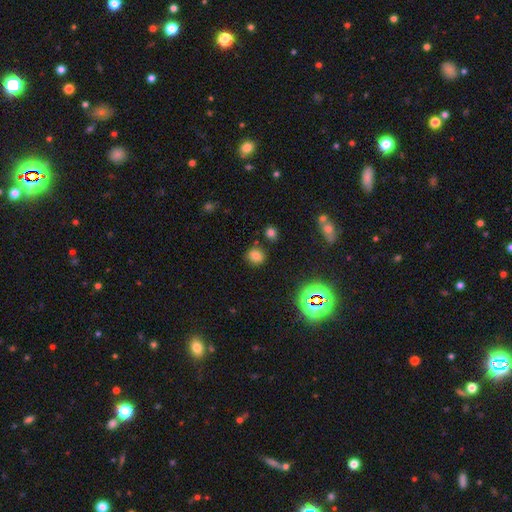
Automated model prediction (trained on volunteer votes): smooth_or_featured: smooth (p=0.73) [alt: star or artifact p=0.20]
how_rounded: round (p=0.80) [alt: in between p=0.19]
merging: none (p=0.81) [alt: minor disturbance p=0.10]